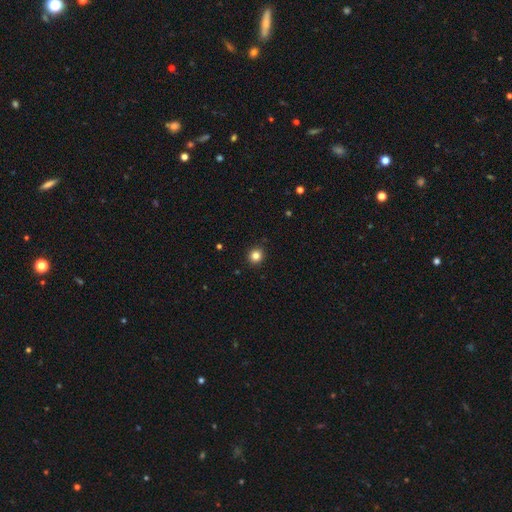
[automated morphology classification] smooth 83%, star or artifact 12%, featured or disk 5%. Down the decision tree: how rounded — round (93%); merging — none (93%).